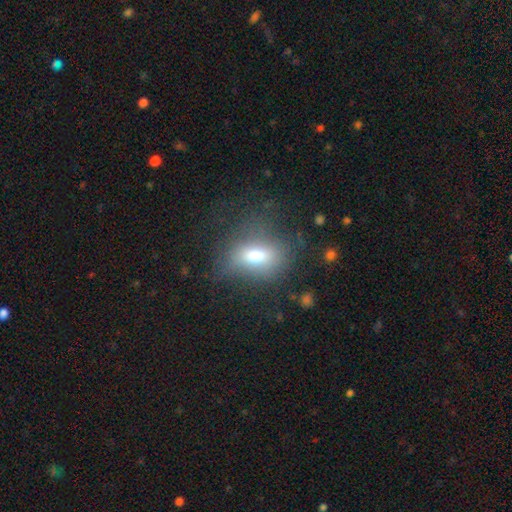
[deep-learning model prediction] Overall: smooth (64%). How rounded: in between (78%). Merging: none (60%; minor disturbance 22%).